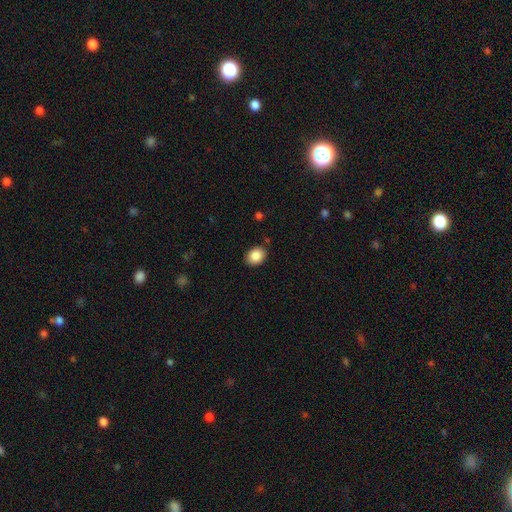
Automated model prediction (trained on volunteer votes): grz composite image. It shows a smooth galaxy with no disk features (88%) that is in between round and cigar-shaped (61%). Merging: none (86%).